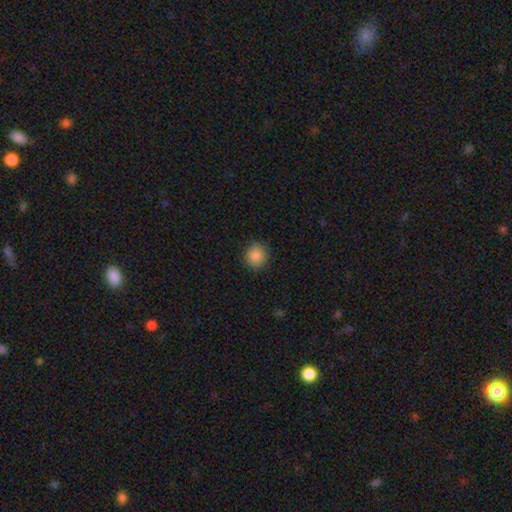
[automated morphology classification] Smooth or featured: smooth — 87% (star or artifact — 9%)
How rounded: round — 87% (in between — 12%)
Merging: none — 89% (minor disturbance — 8%)